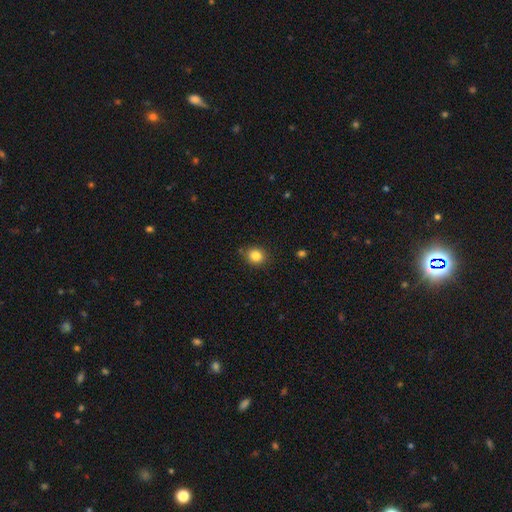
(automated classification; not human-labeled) smooth_or_featured: smooth (p=0.84) [alt: star or artifact p=0.11]
how_rounded: round (p=0.74) [alt: in between p=0.25]
merging: none (p=0.86) [alt: minor disturbance p=0.09]